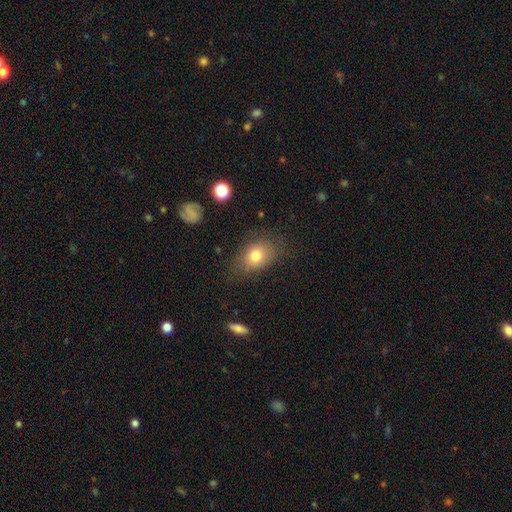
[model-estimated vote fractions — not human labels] A smooth galaxy with no disk features (77%) that is in between round and cigar-shaped (69%).

Vote fractions:
- Smooth or featured? smooth: 77% / featured or disk: 13% / star or artifact: 10%
- How rounded? in between: 69% / round: 30% / cigar-shaped: 1%
- Merging? none: 71% / minor disturbance: 19% / major disturbance: 8% / merger: 2%